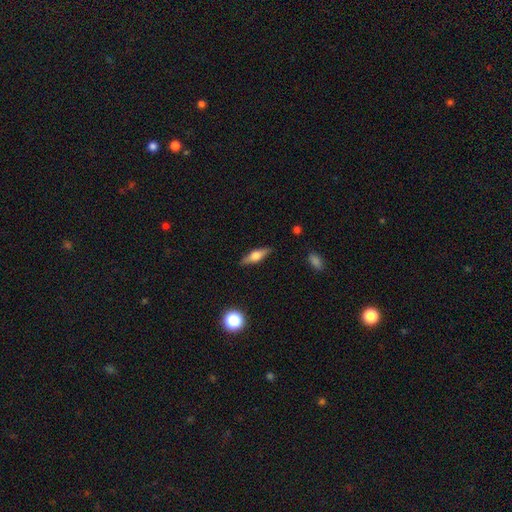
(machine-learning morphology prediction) Overall: featured or disk (54%; smooth 39%). Edge-on disk: yes (94%). Edge-on bulge: rounded (91%). Merging: none (87%).